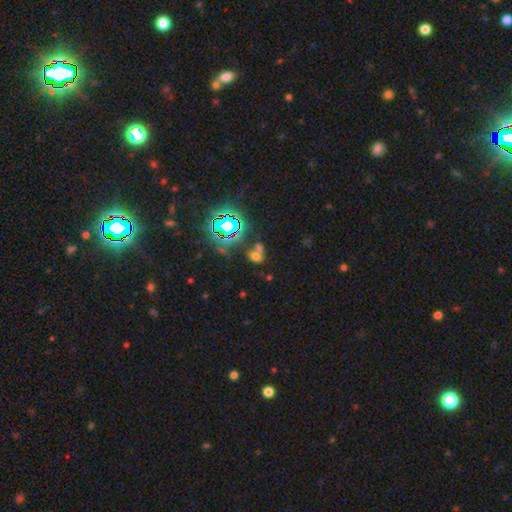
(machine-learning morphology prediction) smooth 47%, star or artifact 40%, featured or disk 13%. Down the decision tree: merging — merger (46%).